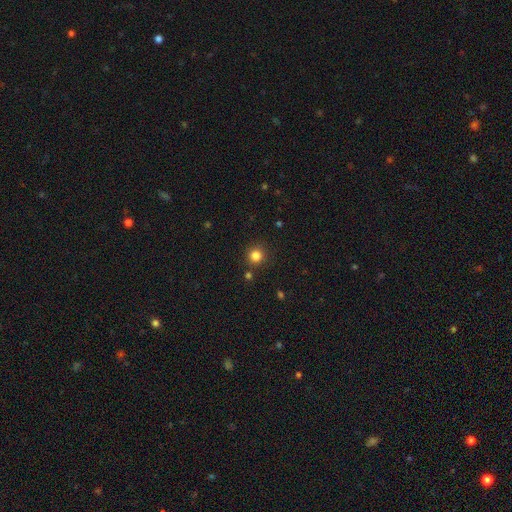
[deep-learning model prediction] Overall: smooth (83%). How rounded: round (94%). Merging: none (88%).